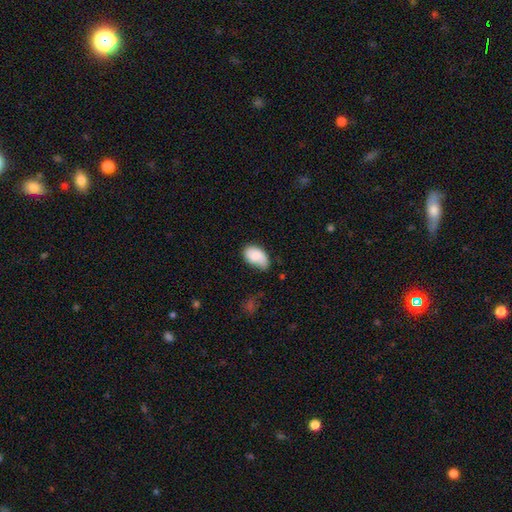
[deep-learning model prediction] A smooth galaxy with no disk features (77%) that is in between round and cigar-shaped (92%).

Vote fractions:
- Smooth or featured? smooth: 77% / featured or disk: 16% / star or artifact: 7%
- How rounded? in between: 92% / round: 6% / cigar-shaped: 1%
- Merging? none: 48% / minor disturbance: 38% / major disturbance: 11% / merger: 3%